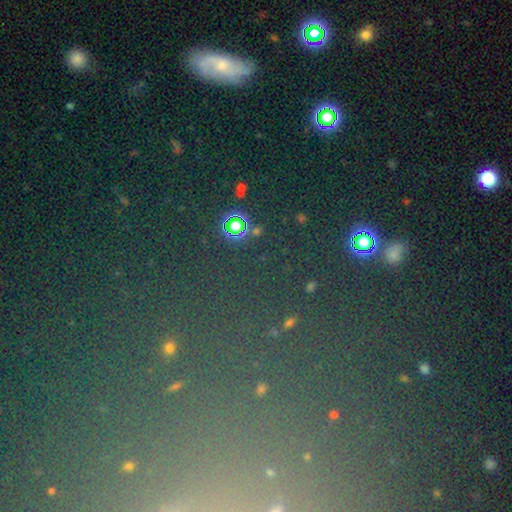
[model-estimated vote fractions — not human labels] Smooth or featured? Predicted: star or artifact (p=0.60).